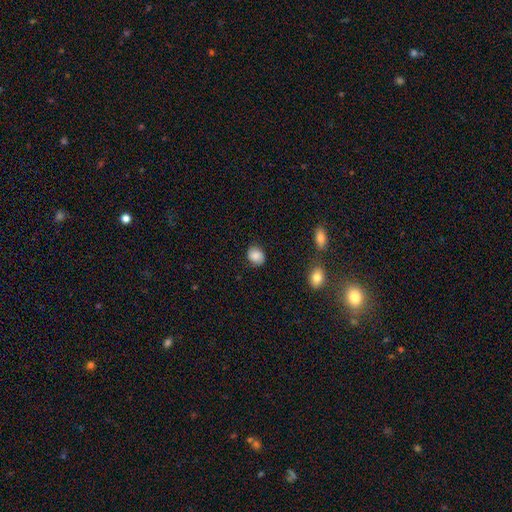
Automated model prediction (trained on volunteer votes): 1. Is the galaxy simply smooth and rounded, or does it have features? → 85% smooth, 8% star or artifact, 7% featured or disk.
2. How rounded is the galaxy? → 55% round, 44% in between, 1% cigar-shaped.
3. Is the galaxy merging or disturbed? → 84% none, 12% minor disturbance, 3% major disturbance, 2% merger.